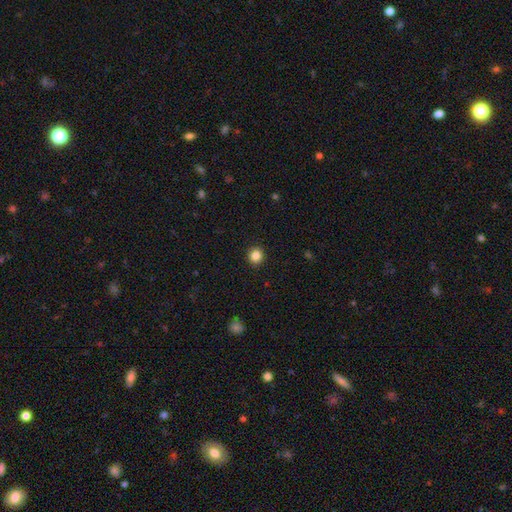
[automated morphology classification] smooth 85%, star or artifact 11%, featured or disk 4%. Down the decision tree: how rounded — round (89%); merging — none (92%).